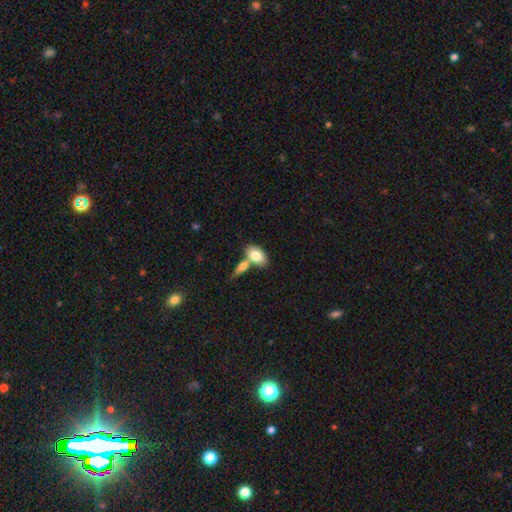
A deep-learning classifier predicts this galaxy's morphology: A smooth galaxy with no disk features (78%) that is in between round and cigar-shaped (90%). Merging: merger (51%).